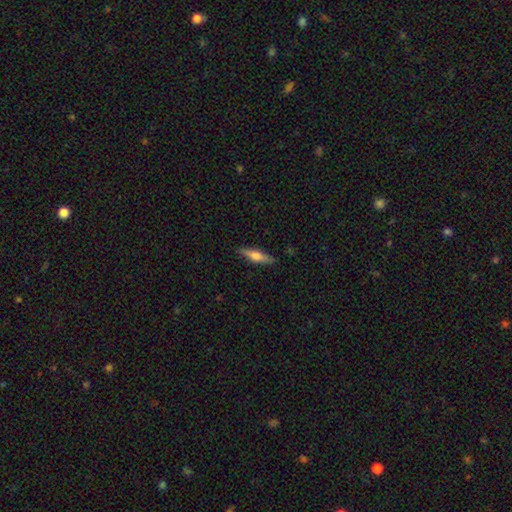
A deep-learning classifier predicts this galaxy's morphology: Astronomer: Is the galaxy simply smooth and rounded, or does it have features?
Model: smooth — 48% (runner-up: featured or disk, 45%).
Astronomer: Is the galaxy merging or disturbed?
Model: none — 88%.